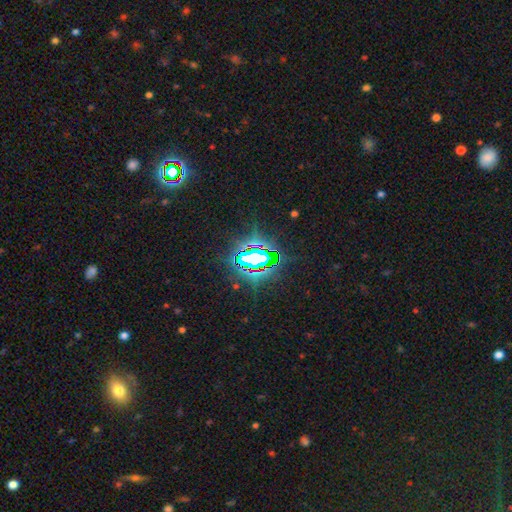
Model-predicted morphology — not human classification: Smooth or featured?
  - star or artifact: 79% *
  - smooth: 11%
  - featured or disk: 10%